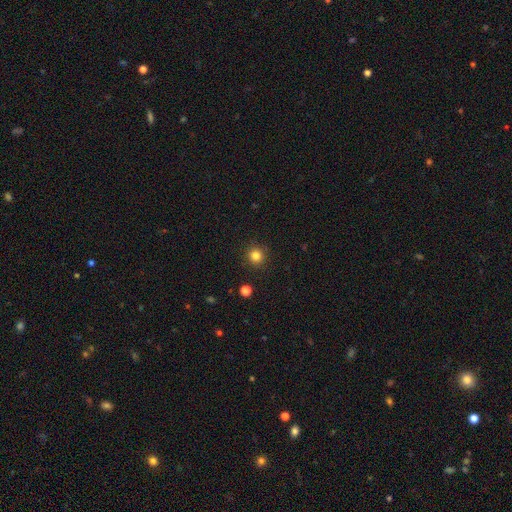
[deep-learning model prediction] Smooth or featured?
  - smooth: 82% *
  - star or artifact: 13%
  - featured or disk: 5%
How rounded?
  - round: 94% *
  - in between: 5%
  - cigar-shaped: 1%
Merging?
  - none: 91% *
  - minor disturbance: 5%
  - major disturbance: 2%
  - merger: 1%